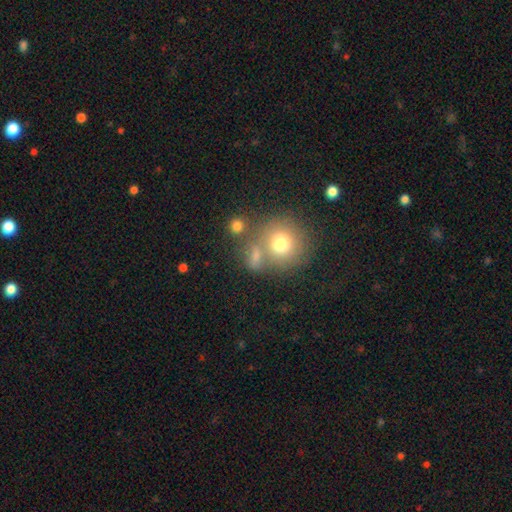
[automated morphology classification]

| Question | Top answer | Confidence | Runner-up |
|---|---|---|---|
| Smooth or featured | smooth | 72% | star or artifact (16%) |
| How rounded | round | 67% | in between (30%) |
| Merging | none | 51% | merger (29%) |